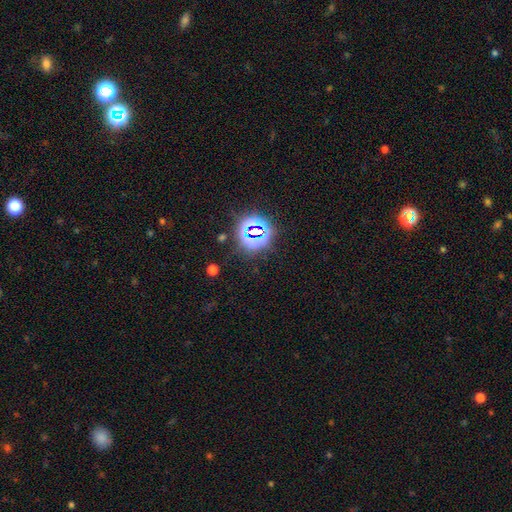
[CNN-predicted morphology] Smooth or featured? Predicted: star or artifact (p=0.81).